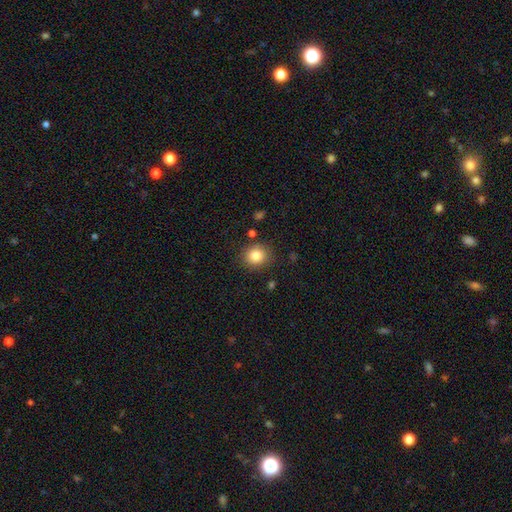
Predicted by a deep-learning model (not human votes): The model was most divided on "how rounded": round: 82%, in between: 17%, cigar-shaped: 1%. More confident: merging — none (86%); smooth or featured — smooth (83%).